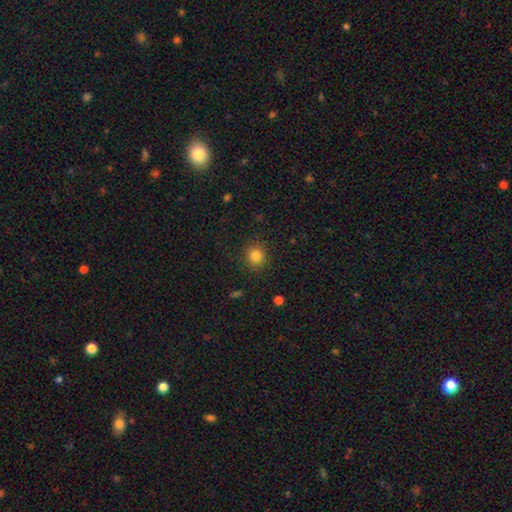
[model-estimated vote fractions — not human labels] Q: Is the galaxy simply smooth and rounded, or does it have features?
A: smooth — 82%.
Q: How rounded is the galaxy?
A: round — 86%.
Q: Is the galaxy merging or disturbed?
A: none — 89%.